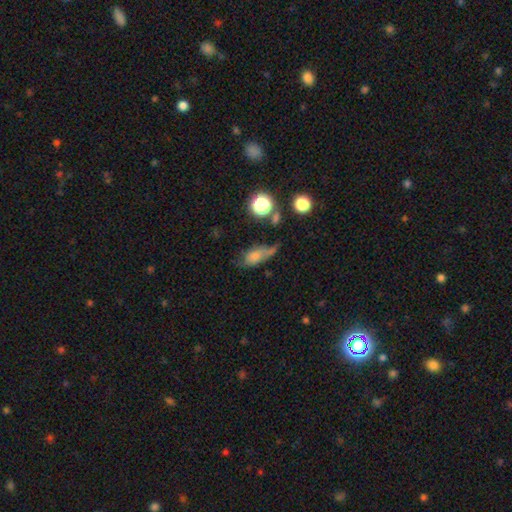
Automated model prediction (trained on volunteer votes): A smooth galaxy with no disk features (66%) that is in between round and cigar-shaped (73%).

Vote fractions:
- Smooth or featured? smooth: 66% / featured or disk: 21% / star or artifact: 13%
- How rounded? in between: 73% / round: 14% / cigar-shaped: 13%
- Merging? minor disturbance: 32% / none: 30% / major disturbance: 28% / merger: 10%